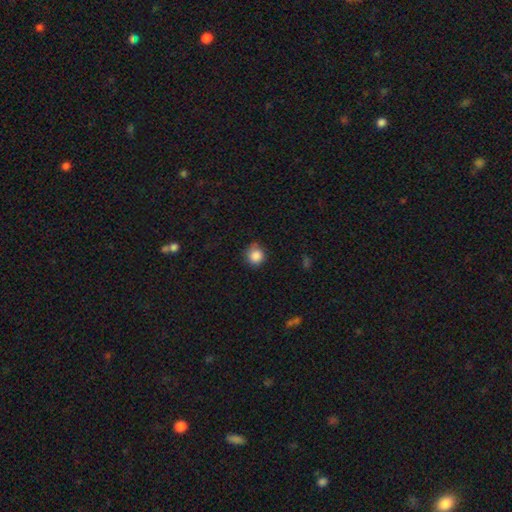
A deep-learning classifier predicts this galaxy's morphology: smooth_or_featured: smooth (p=0.87) [alt: star or artifact p=0.09]
how_rounded: round (p=0.86) [alt: in between p=0.13]
merging: none (p=0.72) [alt: minor disturbance p=0.23]